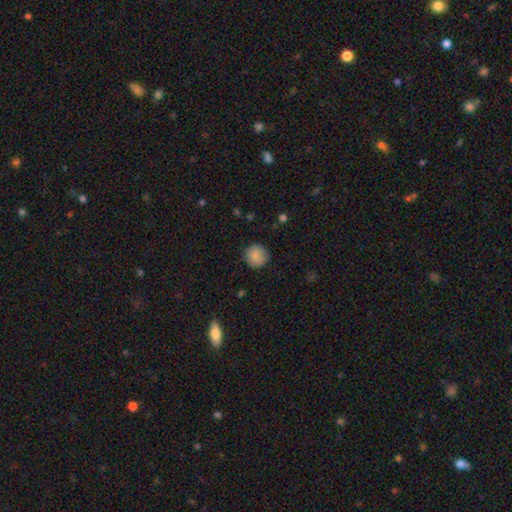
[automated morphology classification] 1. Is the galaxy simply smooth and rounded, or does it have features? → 87% smooth, 8% star or artifact, 5% featured or disk.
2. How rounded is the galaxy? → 92% round, 7% in between, 1% cigar-shaped.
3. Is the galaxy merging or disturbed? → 87% none, 9% minor disturbance, 2% major disturbance, 1% merger.